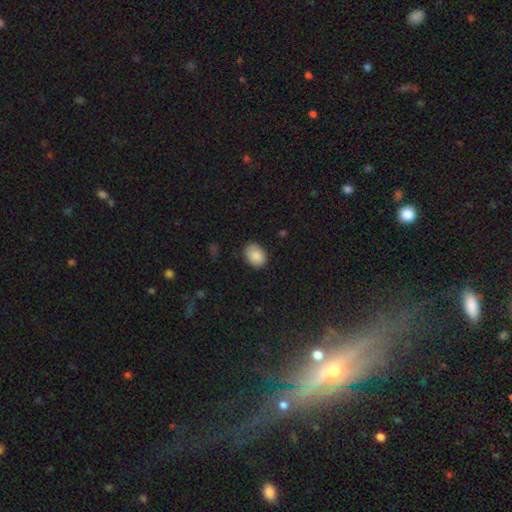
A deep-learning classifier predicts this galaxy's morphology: type=smooth (88%); roundness=in between (72%); merging=none (84%).